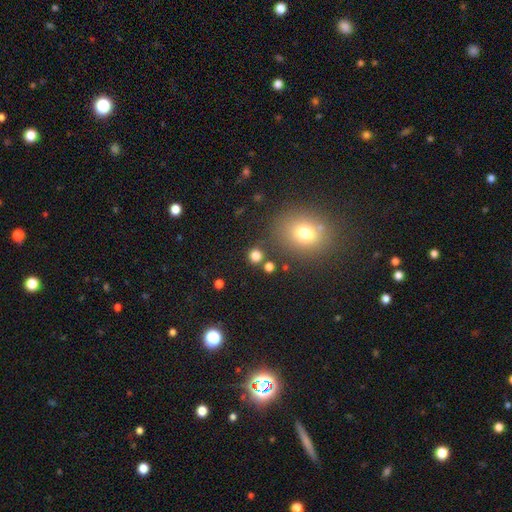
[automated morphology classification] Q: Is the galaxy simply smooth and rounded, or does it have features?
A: smooth — 78%.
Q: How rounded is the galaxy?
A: round — 89%.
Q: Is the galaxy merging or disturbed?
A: none — 82%.